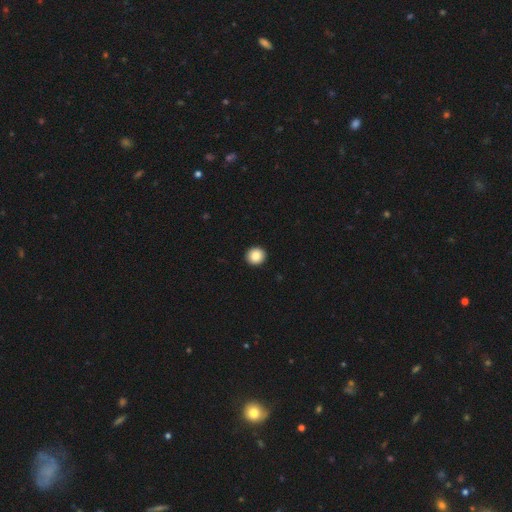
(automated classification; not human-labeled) Smooth or featured? smooth (86%)
How rounded? round (94%)
Merging? none (94%)